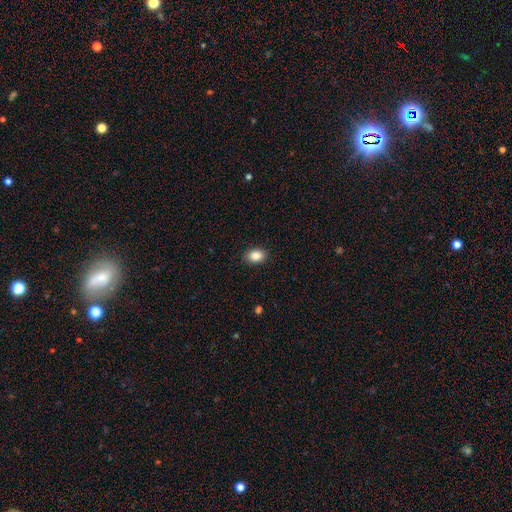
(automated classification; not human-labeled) smooth_or_featured: smooth (p=0.87) [alt: star or artifact p=0.08]
how_rounded: in between (p=0.78) [alt: round p=0.21]
merging: none (p=0.89) [alt: minor disturbance p=0.08]